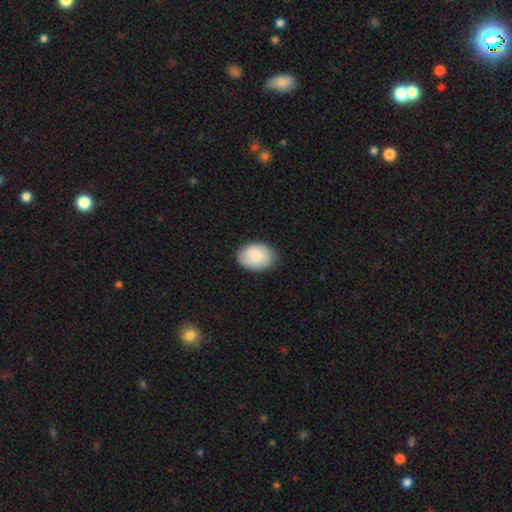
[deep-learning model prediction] This is clearly a smooth galaxy (87%). How rounded: likely in between (76%). Merging: clearly none (83%).